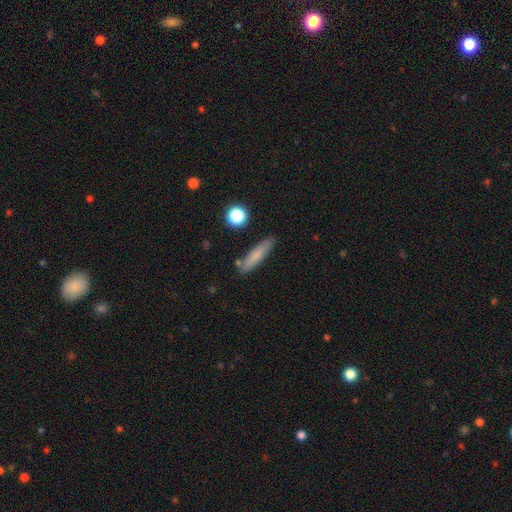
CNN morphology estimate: Smooth or featured: smooth — 76% (featured or disk — 17%)
How rounded: cigar-shaped — 83% (in between — 15%)
Merging: none — 82% (minor disturbance — 12%)